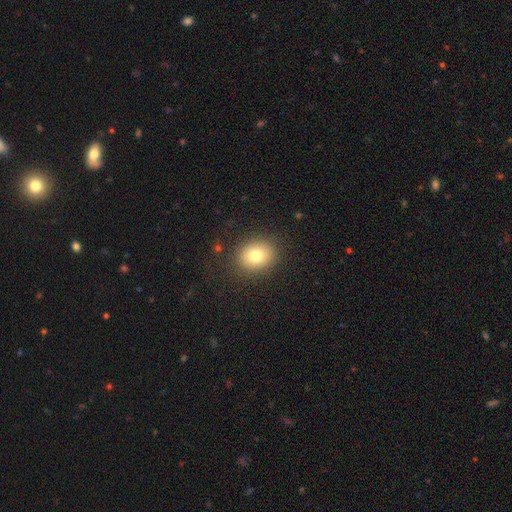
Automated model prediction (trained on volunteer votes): Overall: smooth (78%). How rounded: round (71%). Merging: none (87%).